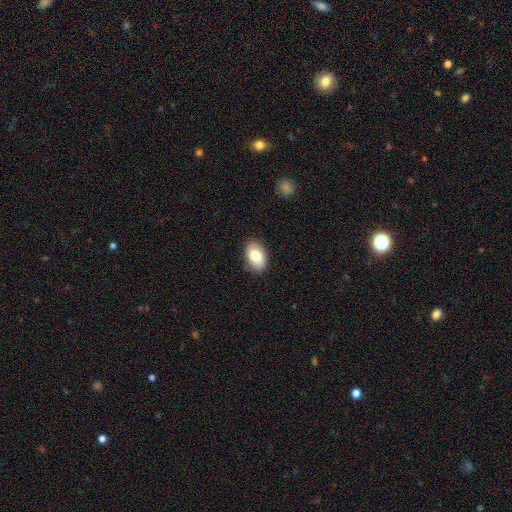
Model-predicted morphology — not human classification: smooth 76%, featured or disk 17%, star or artifact 7%. Down the decision tree: how rounded — in between (91%); merging — none (85%).